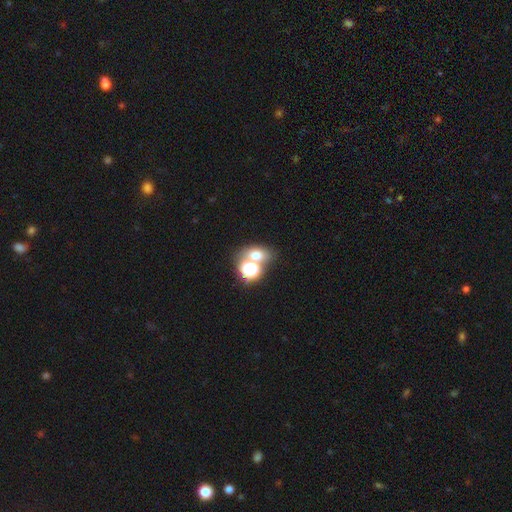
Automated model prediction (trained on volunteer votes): A smooth galaxy with no disk features (61%) that is in between round and cigar-shaped (50%). Merging: none (51%).